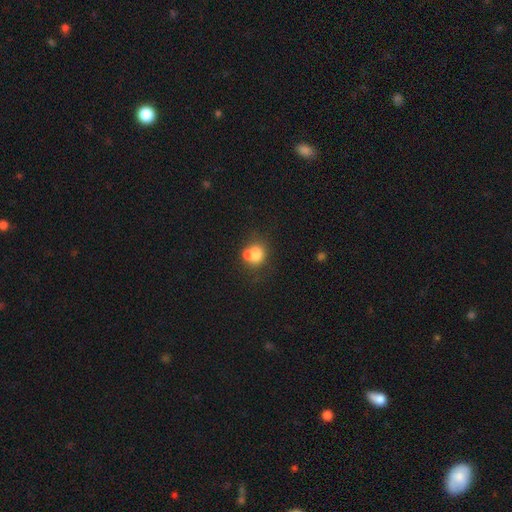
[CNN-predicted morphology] smooth 73%, featured or disk 16%, star or artifact 11%. Down the decision tree: how rounded — round (60%); merging — merger (46%).